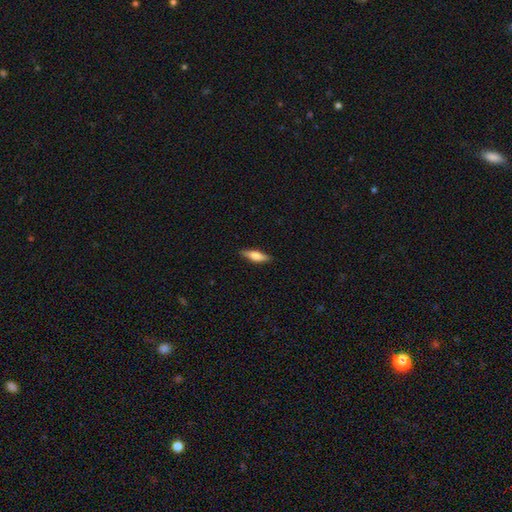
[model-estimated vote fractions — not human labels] Q: Smooth or featured?
A: smooth (65%); runner-up: featured or disk (29%)
Q: How rounded?
A: cigar-shaped (54%); runner-up: in between (44%)
Q: Merging?
A: none (87%); runner-up: minor disturbance (10%)